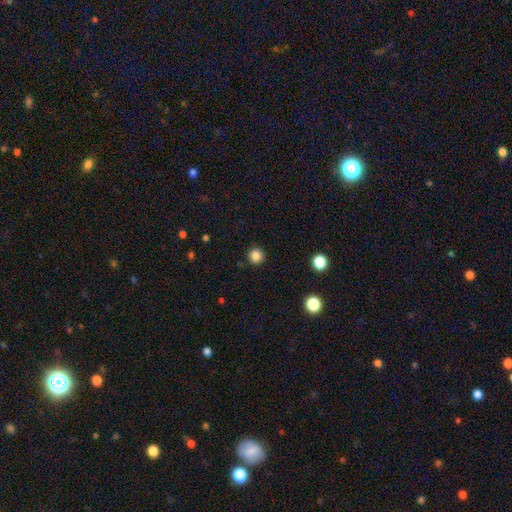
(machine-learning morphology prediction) smooth 85%, star or artifact 12%, featured or disk 3%. Down the decision tree: how rounded — round (95%); merging — none (91%).